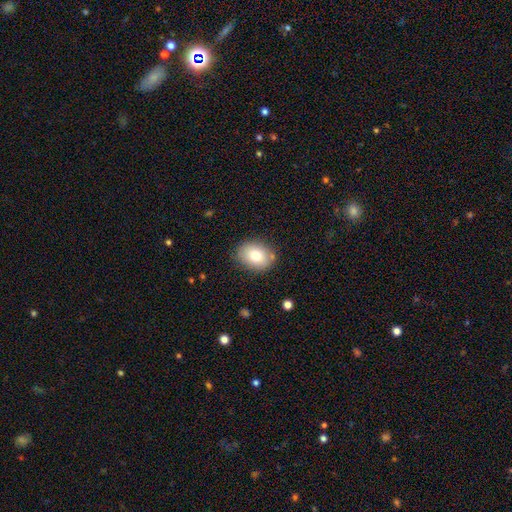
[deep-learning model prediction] Smooth or featured: smooth — 79% (featured or disk — 13%)
How rounded: in between — 69% (round — 30%)
Merging: none — 81% (minor disturbance — 14%)